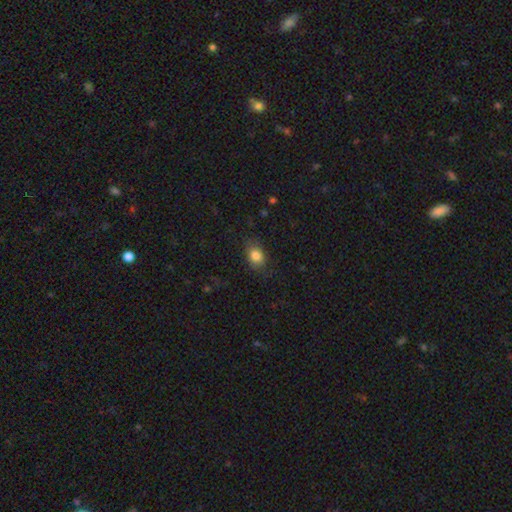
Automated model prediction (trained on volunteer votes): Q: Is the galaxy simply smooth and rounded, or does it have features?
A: smooth — 83%.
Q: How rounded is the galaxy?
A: in between — 71%.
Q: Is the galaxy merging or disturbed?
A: none — 78%.